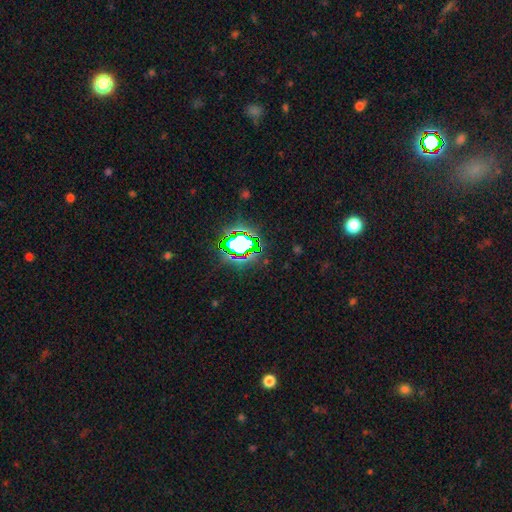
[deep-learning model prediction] This is likely a star or artifact rather than a galaxy (80%).